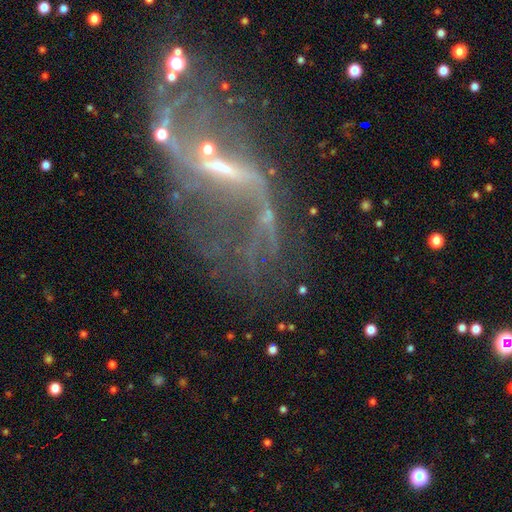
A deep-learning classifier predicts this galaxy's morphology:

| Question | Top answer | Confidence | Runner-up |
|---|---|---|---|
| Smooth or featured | featured or disk | 76% | star or artifact (15%) |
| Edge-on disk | no | 92% | yes (8%) |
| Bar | strong | 45% | weak (35%) |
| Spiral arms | yes | 71% | no (29%) |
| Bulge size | small | 47% | none (32%) |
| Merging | none | 39% | major disturbance (33%) |